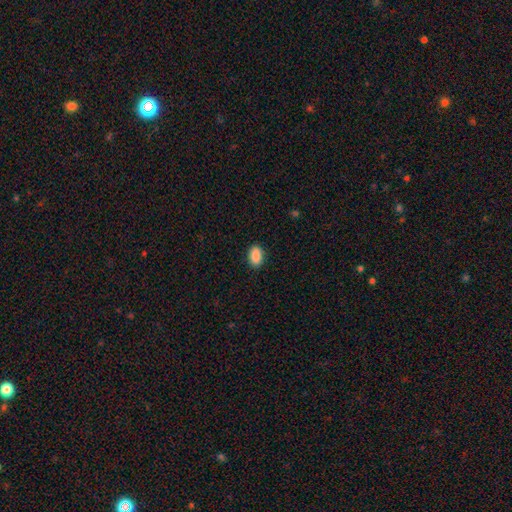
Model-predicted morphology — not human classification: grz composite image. It shows a smooth galaxy with no disk features (90%) that is in between round and cigar-shaped (92%). Merging: none (89%).